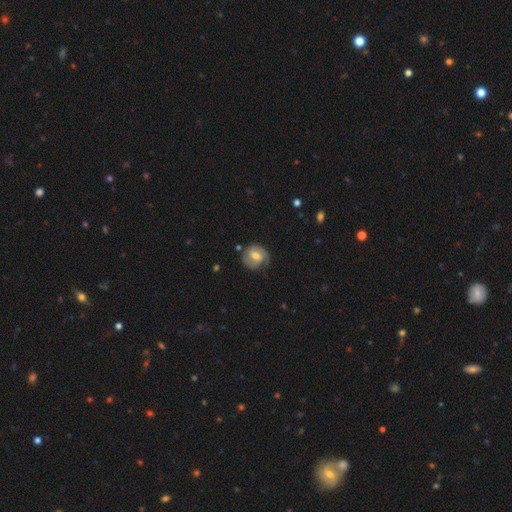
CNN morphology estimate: The model was most divided on "spiral winding": tight: 47%, medium: 41%, loose: 12%. More confident: edge-on disk — no (97%); spiral arms — yes (92%); spiral arm count — 2 (77%); merging — none (73%); smooth or featured — featured or disk (73%); bulge size — moderate (62%); bar — weak (55%).